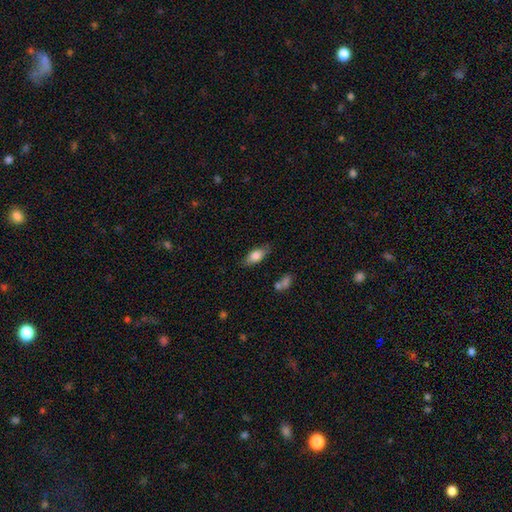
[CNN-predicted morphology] Smooth or featured?
  - smooth: 76% *
  - featured or disk: 17%
  - star or artifact: 7%
How rounded?
  - in between: 81% *
  - cigar-shaped: 16%
  - round: 3%
Merging?
  - none: 78% *
  - minor disturbance: 16%
  - major disturbance: 3%
  - merger: 3%